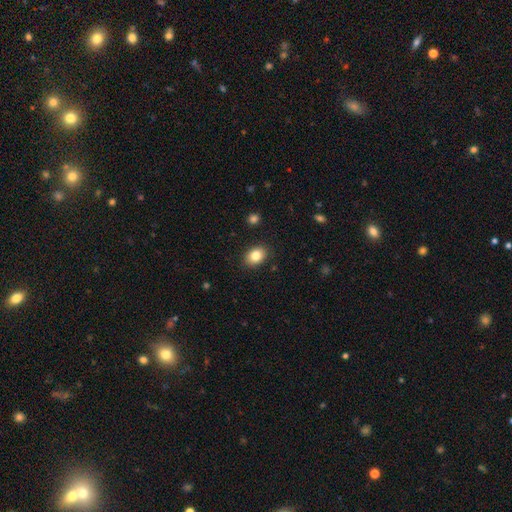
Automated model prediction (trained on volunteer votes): smooth_or_featured: smooth (p=0.83) [alt: star or artifact p=0.09]
how_rounded: in between (p=0.73) [alt: round p=0.26]
merging: none (p=0.89) [alt: minor disturbance p=0.08]